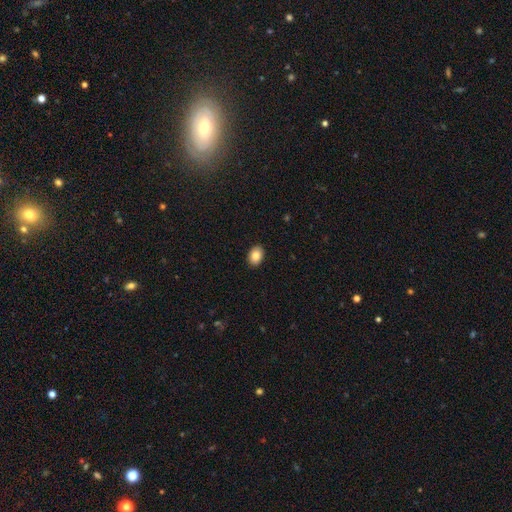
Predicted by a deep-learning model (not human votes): Smooth or featured?
  - smooth: 86% *
  - star or artifact: 8%
  - featured or disk: 6%
How rounded?
  - in between: 80% *
  - round: 19%
  - cigar-shaped: 1%
Merging?
  - none: 90% *
  - minor disturbance: 7%
  - major disturbance: 2%
  - merger: 1%